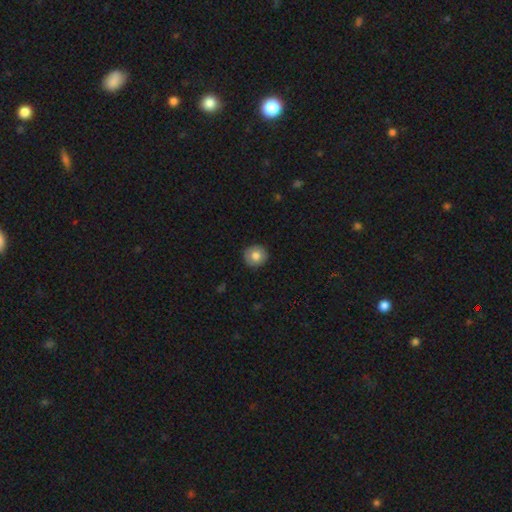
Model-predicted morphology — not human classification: Smooth or featured: smooth — 78% (featured or disk — 14%)
How rounded: round — 91% (in between — 8%)
Merging: none — 89% (minor disturbance — 8%)